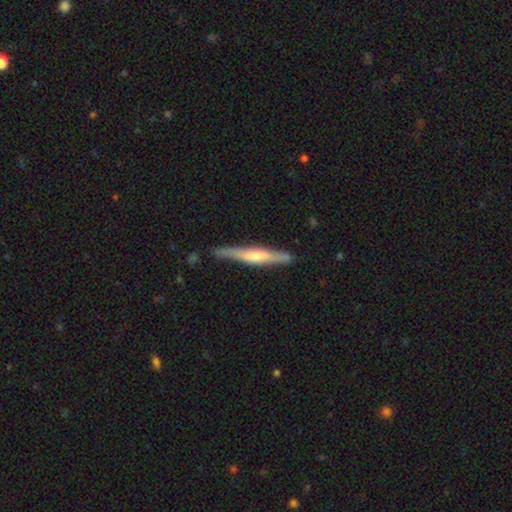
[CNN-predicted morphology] Overall: featured or disk (61%; smooth 34%). Edge-on disk: yes (95%). Edge-on bulge: rounded (57%; boxy 22%). Merging: none (84%).